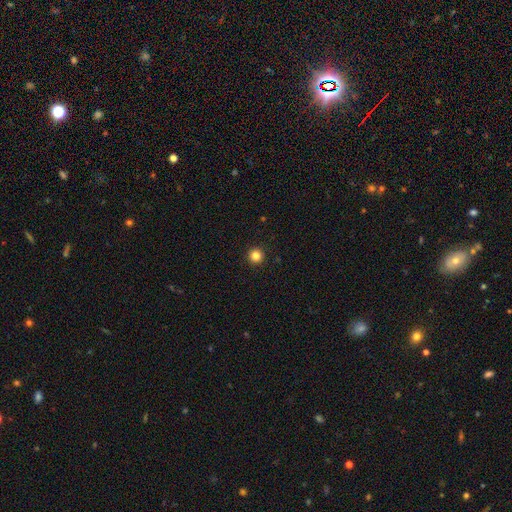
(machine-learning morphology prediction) Q: Smooth or featured?
A: smooth (83%); runner-up: star or artifact (12%)
Q: How rounded?
A: round (96%); runner-up: in between (3%)
Q: Merging?
A: none (94%); runner-up: minor disturbance (4%)